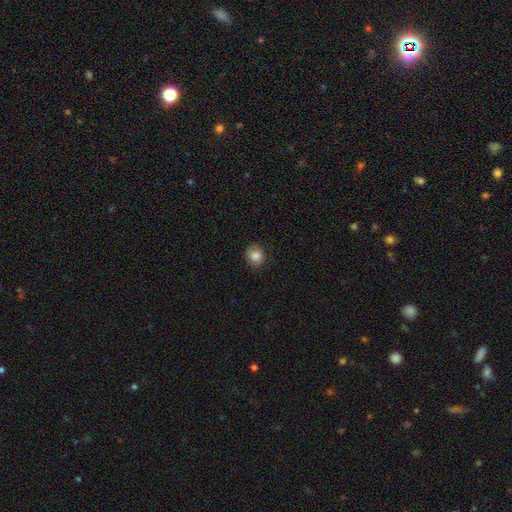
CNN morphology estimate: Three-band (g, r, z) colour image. It shows a smooth galaxy with no disk features (83%) that is round (85%). Merging: none (84%).